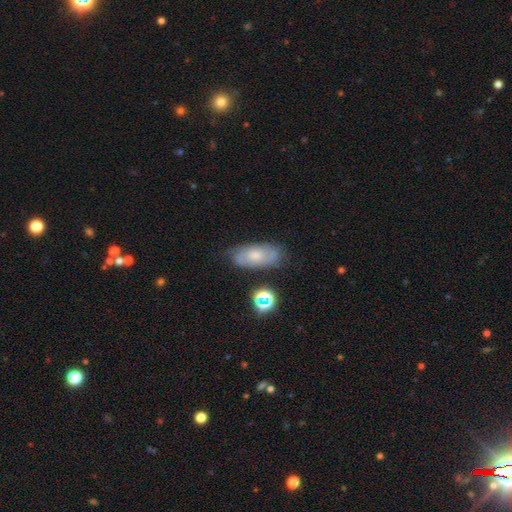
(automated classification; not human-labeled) The model was most divided on "smooth or featured": featured or disk: 49%, smooth: 41%, star or artifact: 11%. More confident: merging — none (68%).